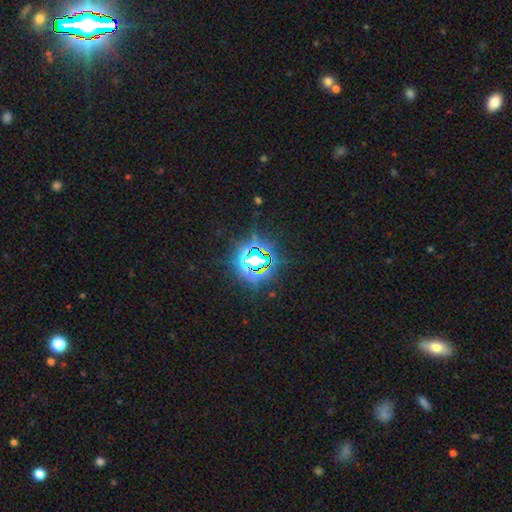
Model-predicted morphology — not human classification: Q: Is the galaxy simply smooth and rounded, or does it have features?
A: star or artifact — 81%.